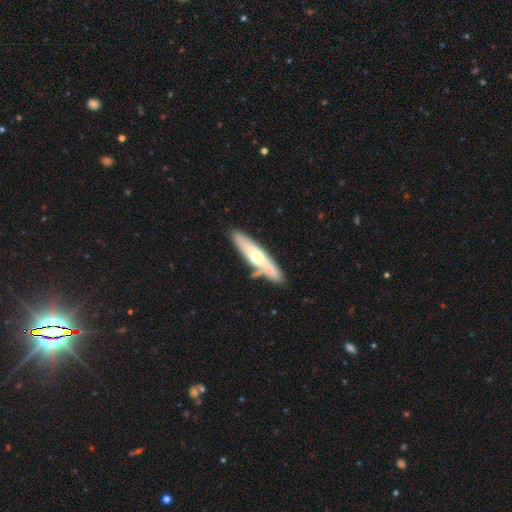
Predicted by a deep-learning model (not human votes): smooth-or-featured: featured or disk: 48% | smooth: 47% | star or artifact: 5%
  merging: none: 65% | minor disturbance: 16% | merger: 15% | major disturbance: 4%